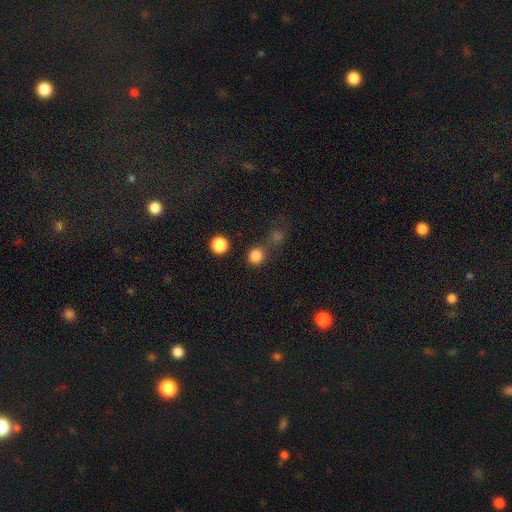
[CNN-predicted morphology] A smooth galaxy with no disk features (81%) that is round (90%).

Vote fractions:
- Smooth or featured? smooth: 81% / star or artifact: 15% / featured or disk: 5%
- How rounded? round: 90% / in between: 8% / cigar-shaped: 1%
- Merging? none: 71% / merger: 13% / minor disturbance: 10% / major disturbance: 6%